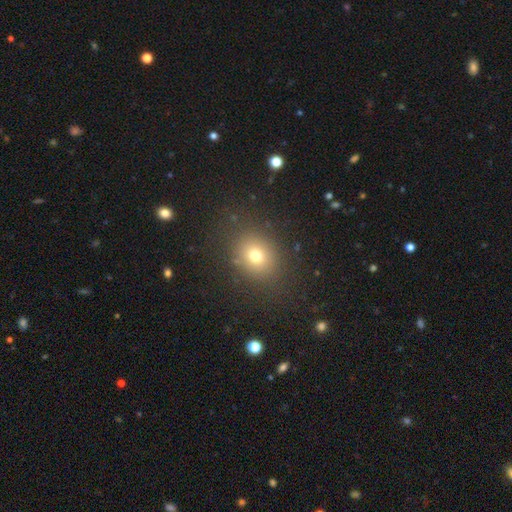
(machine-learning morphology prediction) Smooth or featured? smooth (73%)
How rounded? round (63%)
Merging? none (84%)